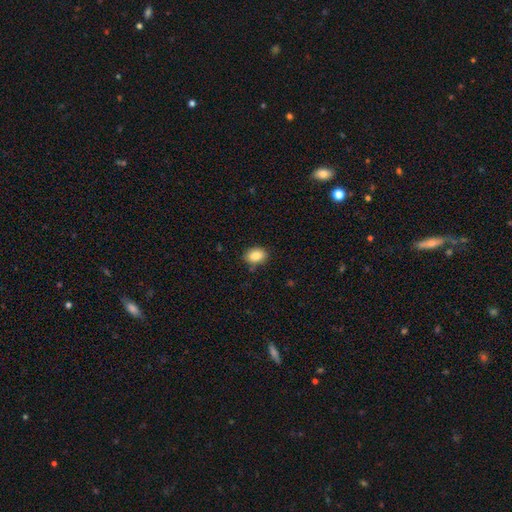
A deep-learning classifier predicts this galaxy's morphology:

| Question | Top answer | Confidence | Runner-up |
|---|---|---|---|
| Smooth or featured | smooth | 85% | star or artifact (9%) |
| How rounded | in between | 69% | round (30%) |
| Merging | none | 82% | minor disturbance (13%) |